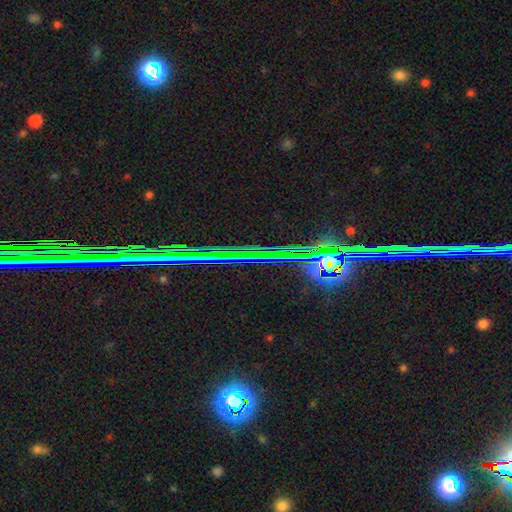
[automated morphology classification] The model was most divided on "smooth or featured": star or artifact: 78%, featured or disk: 13%, smooth: 9%.